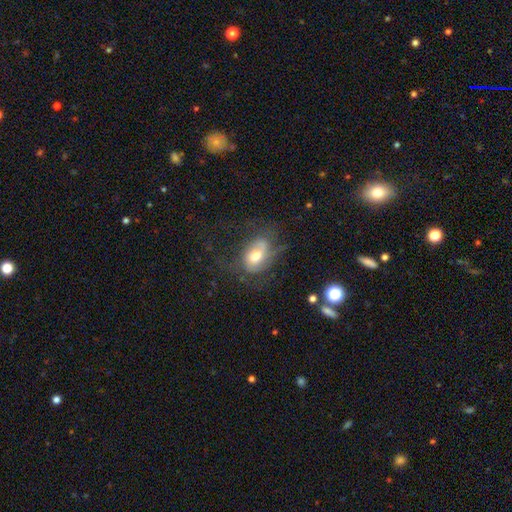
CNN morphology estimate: Smooth or featured? Predicted: smooth (p=0.54). How rounded? Predicted: in between (p=0.79). Merging? Predicted: none (p=0.48).